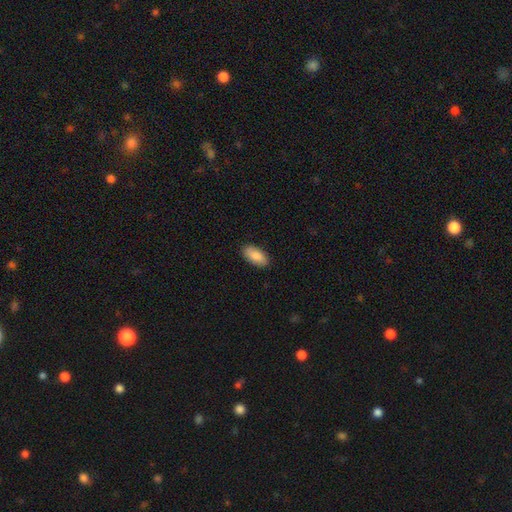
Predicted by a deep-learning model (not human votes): The model was most divided on "smooth or featured": smooth: 88%, featured or disk: 7%, star or artifact: 6%. More confident: how rounded — in between (92%); merging — none (89%).